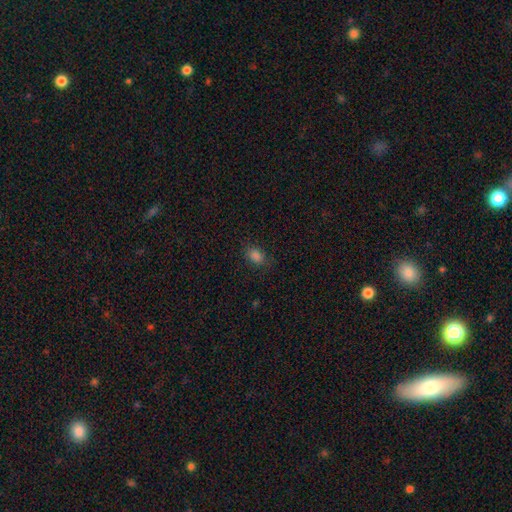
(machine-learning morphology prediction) This appears to be a smooth galaxy with no disk features (83%) that is in between round and cigar-shaped (76%). Merging: none (81%).